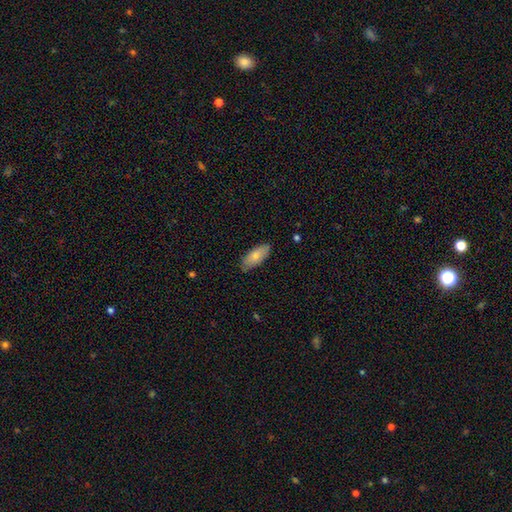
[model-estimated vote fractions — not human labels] smooth_or_featured: smooth (p=0.77) [alt: featured or disk p=0.17]
how_rounded: in between (p=0.86) [alt: cigar-shaped p=0.12]
merging: none (p=0.83) [alt: minor disturbance p=0.14]